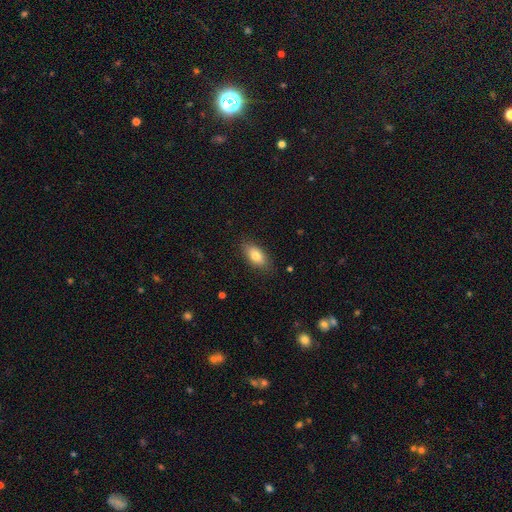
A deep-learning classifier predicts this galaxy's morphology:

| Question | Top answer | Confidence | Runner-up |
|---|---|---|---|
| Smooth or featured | smooth | 78% | featured or disk (14%) |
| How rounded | in between | 87% | cigar-shaped (9%) |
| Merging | none | 83% | minor disturbance (13%) |